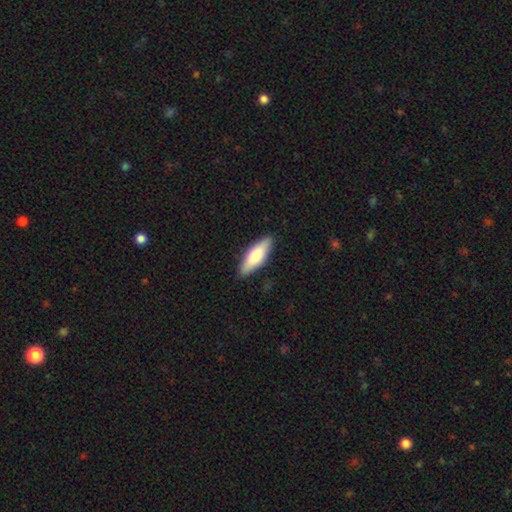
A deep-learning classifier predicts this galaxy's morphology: A smooth galaxy with no disk features (73%) that is in between round and cigar-shaped (56%). Merging: none (88%).